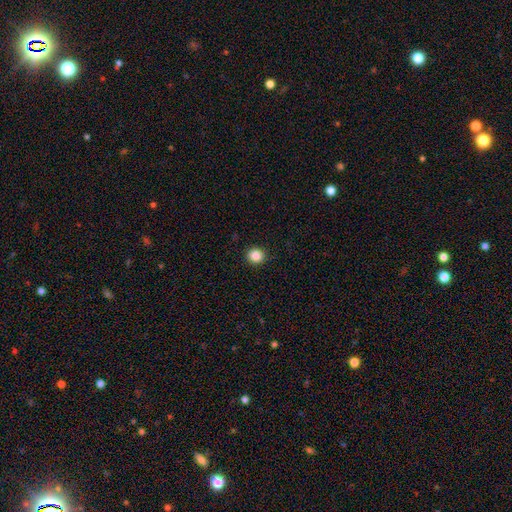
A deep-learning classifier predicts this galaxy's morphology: Smooth or featured?
  - smooth: 86% *
  - star or artifact: 10%
  - featured or disk: 4%
How rounded?
  - round: 91% *
  - in between: 8%
  - cigar-shaped: 1%
Merging?
  - none: 92% *
  - minor disturbance: 5%
  - major disturbance: 2%
  - merger: 1%